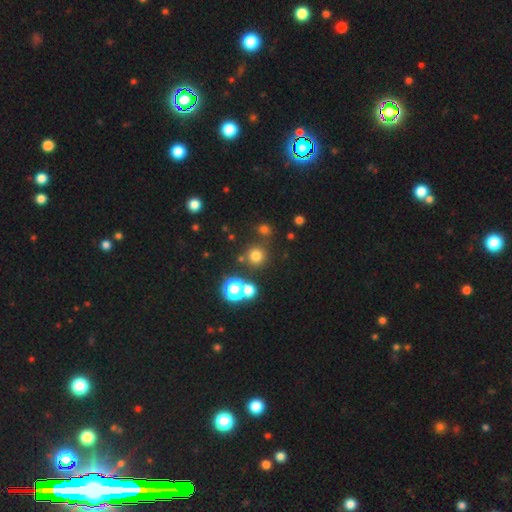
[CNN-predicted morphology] A smooth galaxy with no disk features (71%) that is round (93%).

Vote fractions:
- Smooth or featured? smooth: 71% / star or artifact: 23% / featured or disk: 6%
- How rounded? round: 93% / in between: 6% / cigar-shaped: 1%
- Merging? none: 79% / merger: 10% / minor disturbance: 8% / major disturbance: 4%